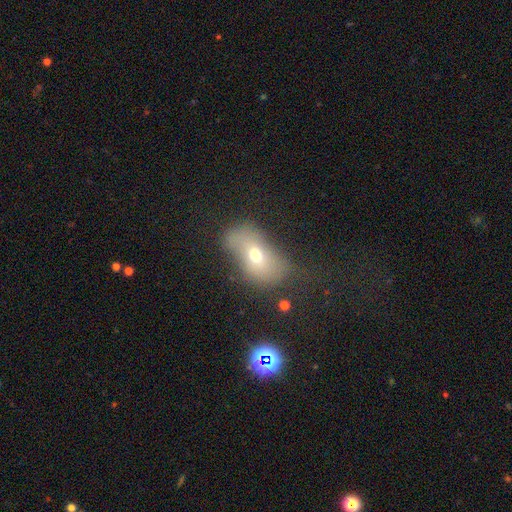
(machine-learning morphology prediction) Smooth or featured?
  - smooth: 59% *
  - featured or disk: 27%
  - star or artifact: 14%
How rounded?
  - in between: 85% *
  - round: 12%
  - cigar-shaped: 3%
Merging?
  - none: 46% *
  - minor disturbance: 28%
  - major disturbance: 20%
  - merger: 5%